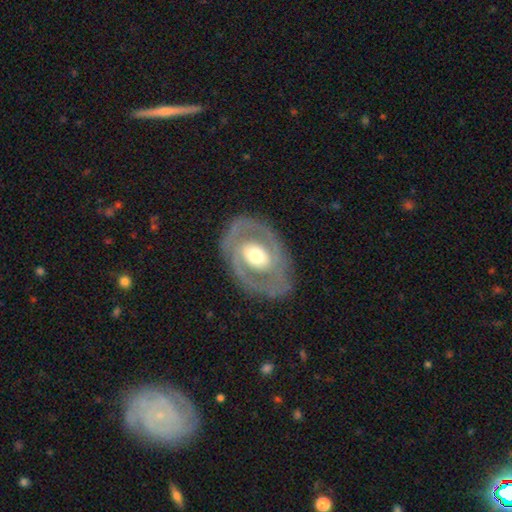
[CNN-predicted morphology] A featured or disk galaxy (74%) with no bar (57%), spiral arms (55%) and a moderate central bulge (62%).

Vote fractions:
- Smooth or featured? featured or disk: 74% / smooth: 21% / star or artifact: 5%
- Edge-on disk? no: 95% / yes: 5%
- Bar? no: 57% / weak: 28% / strong: 15%
- Spiral arms? yes: 55% / no: 45%
- Bulge size? moderate: 62% / large: 24% / small: 11% / dominant: 2% / none: 1%
- Merging? none: 79% / minor disturbance: 12% / major disturbance: 8% / merger: 1%